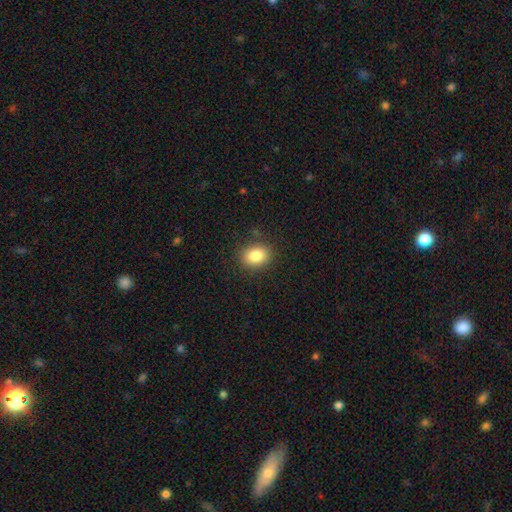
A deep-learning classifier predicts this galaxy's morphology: smooth 85%, star or artifact 9%, featured or disk 6%. Down the decision tree: how rounded — in between (59%); merging — none (86%).